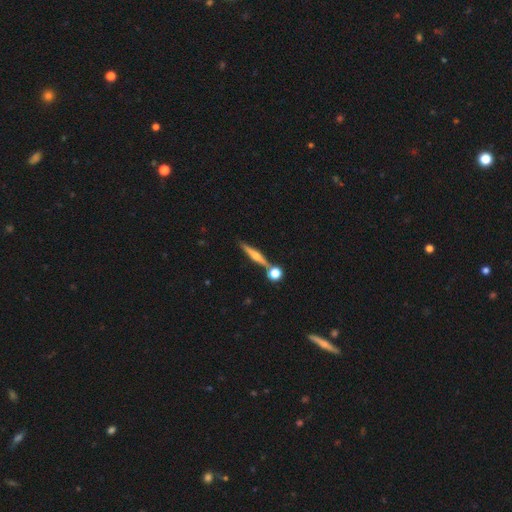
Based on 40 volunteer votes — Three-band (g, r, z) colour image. It shows a featured or disk galaxy (72%) viewed edge-on (97%) with a rounded central bulge (93%). Merging: none (63%).